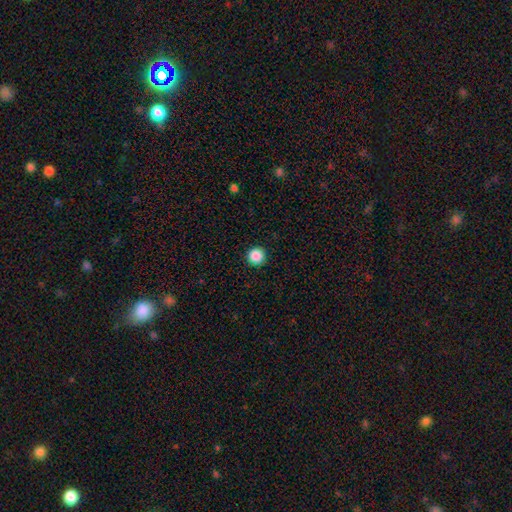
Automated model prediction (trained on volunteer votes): The model was most divided on "smooth or featured": smooth: 87%, star or artifact: 10%, featured or disk: 3%. More confident: how rounded — round (96%); merging — none (93%).